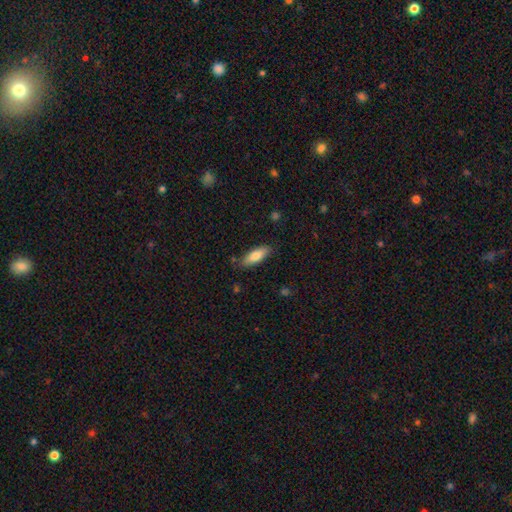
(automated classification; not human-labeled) Overall: smooth (80%). How rounded: in between (63%; cigar-shaped 35%). Merging: none (82%).